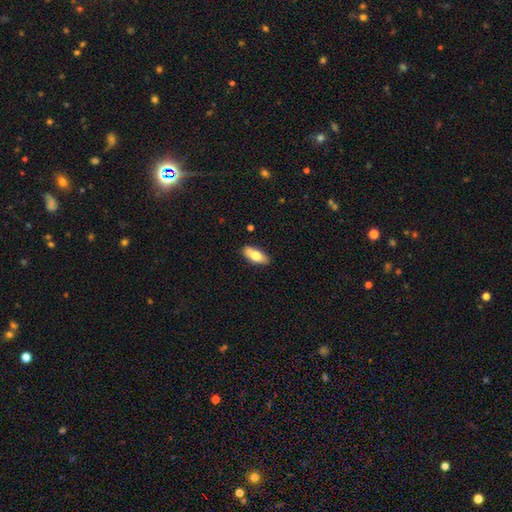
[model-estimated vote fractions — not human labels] smooth 74%, featured or disk 20%, star or artifact 6%. Down the decision tree: how rounded — in between (79%); merging — none (81%).